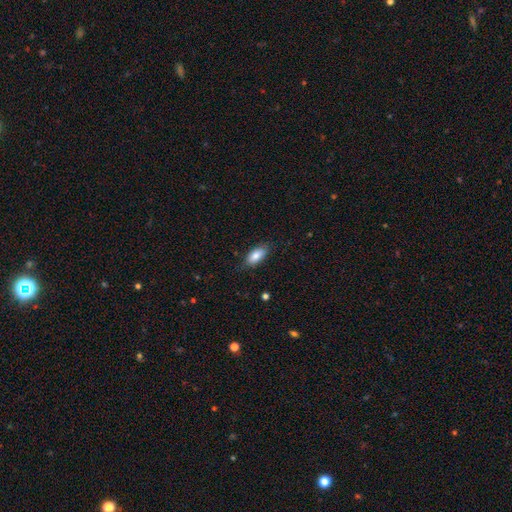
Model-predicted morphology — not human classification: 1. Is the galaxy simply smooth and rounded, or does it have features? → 83% smooth, 10% featured or disk, 7% star or artifact.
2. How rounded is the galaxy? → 88% in between, 10% cigar-shaped, 3% round.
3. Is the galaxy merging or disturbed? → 81% none, 15% minor disturbance, 3% major disturbance, 1% merger.